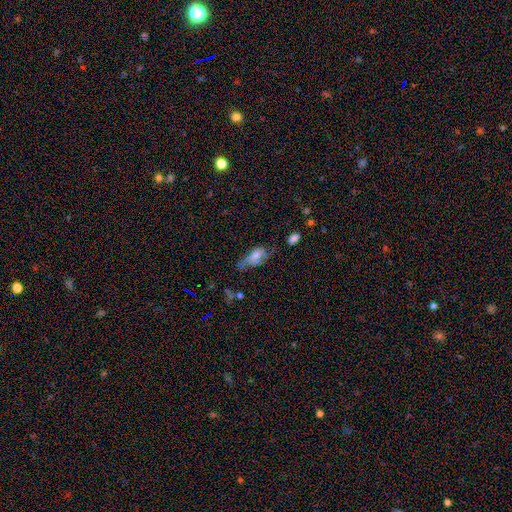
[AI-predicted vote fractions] smooth_or_featured: smooth (p=0.51) [alt: featured or disk p=0.39]
how_rounded: in between (p=0.84) [alt: cigar-shaped p=0.11]
merging: none (p=0.36) [alt: minor disturbance p=0.34]